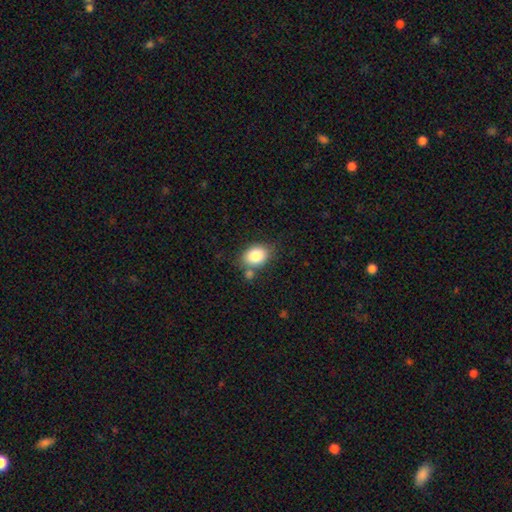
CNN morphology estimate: Smooth or featured?
  - smooth: 84% *
  - star or artifact: 8%
  - featured or disk: 8%
How rounded?
  - in between: 71% *
  - round: 27%
  - cigar-shaped: 1%
Merging?
  - none: 68% *
  - minor disturbance: 16%
  - merger: 12%
  - major disturbance: 4%